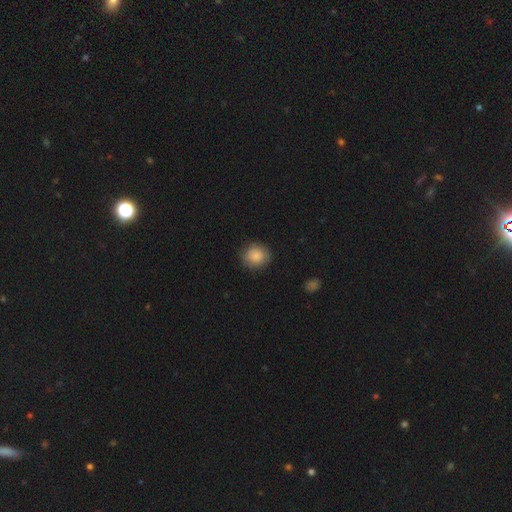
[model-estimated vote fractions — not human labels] The model was most divided on "how rounded": round: 84%, in between: 15%, cigar-shaped: 1%. More confident: smooth or featured — smooth (86%); merging — none (86%).